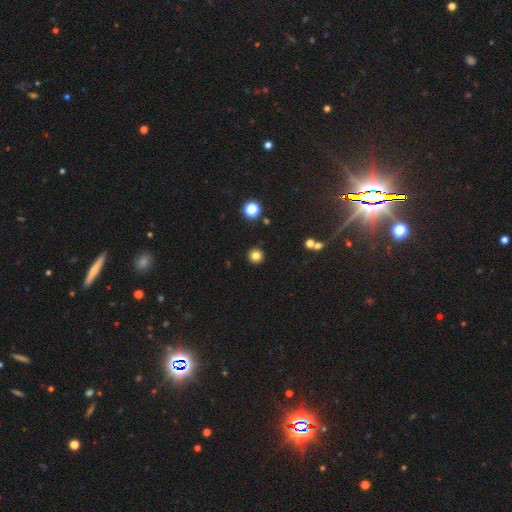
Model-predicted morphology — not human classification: Smooth or featured? Predicted: smooth (p=0.81). How rounded? Predicted: round (p=0.95). Merging? Predicted: none (p=0.92).